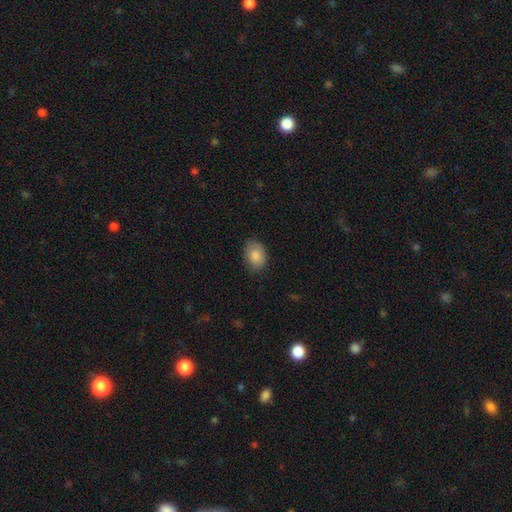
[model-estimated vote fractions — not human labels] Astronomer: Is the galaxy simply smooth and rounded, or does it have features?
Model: smooth — 86%.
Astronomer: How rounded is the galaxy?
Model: in between — 81%.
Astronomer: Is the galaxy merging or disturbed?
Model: none — 79%.